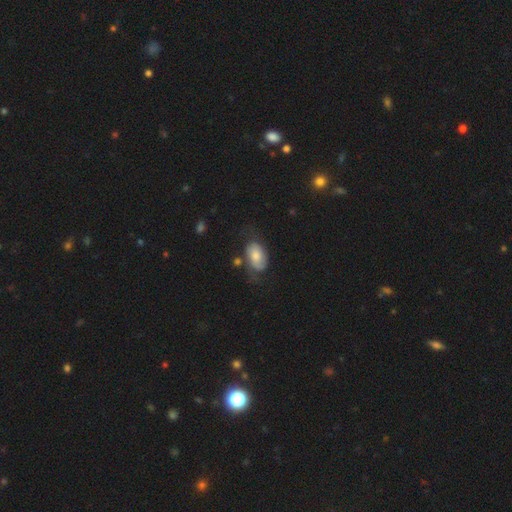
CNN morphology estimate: Smooth or featured? Predicted: featured or disk (p=0.48). Merging? Predicted: none (p=0.54).